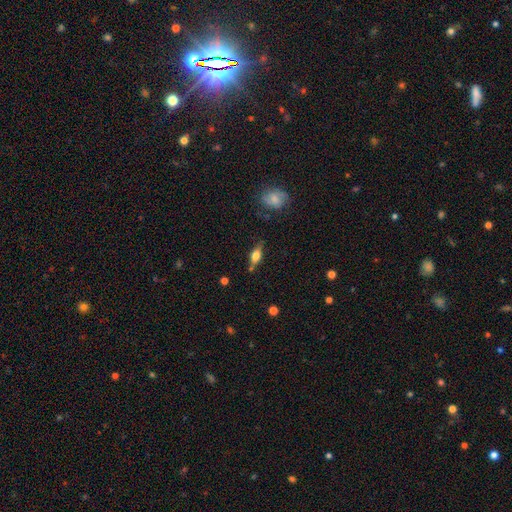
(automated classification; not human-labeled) smooth_or_featured: smooth (p=0.55) [alt: featured or disk p=0.37]
how_rounded: in between (p=0.69) [alt: cigar-shaped p=0.25]
merging: none (p=0.71) [alt: minor disturbance p=0.19]